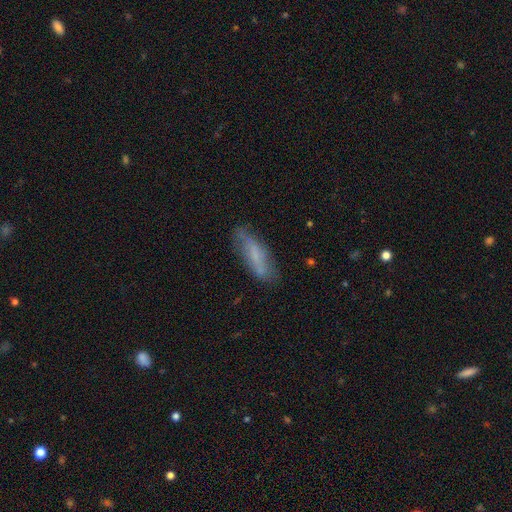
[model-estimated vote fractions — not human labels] Morphology: type=smooth (54%); roundness=cigar-shaped (53%); merging=none (68%).